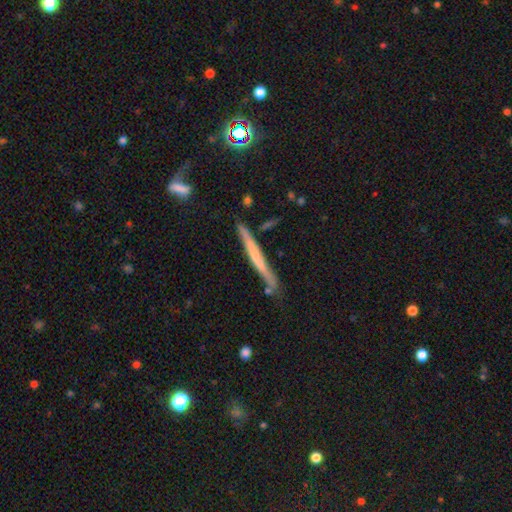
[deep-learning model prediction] Smooth or featured: featured or disk — 51% (smooth — 42%)
Edge-on disk: yes — 95% (no — 5%)
Merging: none — 78% (minor disturbance — 15%)